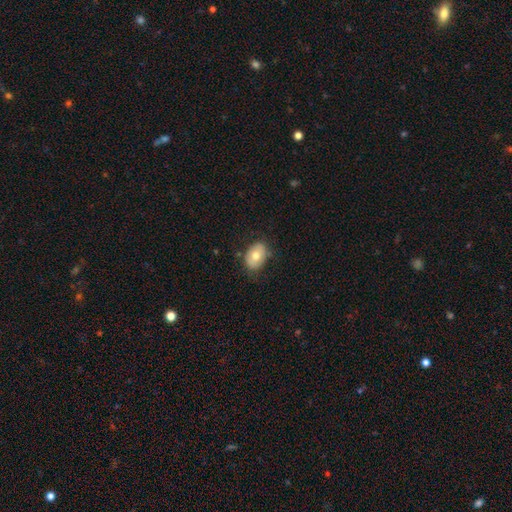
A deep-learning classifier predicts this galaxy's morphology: The model was most divided on "smooth or featured": smooth: 72%, featured or disk: 21%, star or artifact: 7%. More confident: how rounded — in between (79%); merging — none (76%).